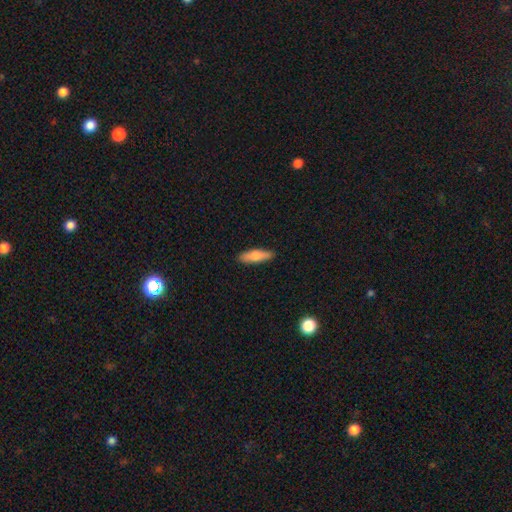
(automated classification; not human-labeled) Smooth or featured: smooth — 76% (featured or disk — 18%)
How rounded: cigar-shaped — 57% (in between — 40%)
Merging: none — 88% (minor disturbance — 9%)